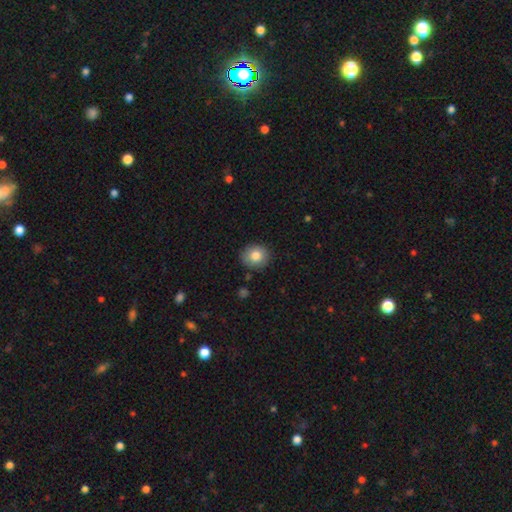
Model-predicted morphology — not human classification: Q: Smooth or featured?
A: smooth (81%); runner-up: featured or disk (10%)
Q: How rounded?
A: round (81%); runner-up: in between (18%)
Q: Merging?
A: none (87%); runner-up: minor disturbance (10%)